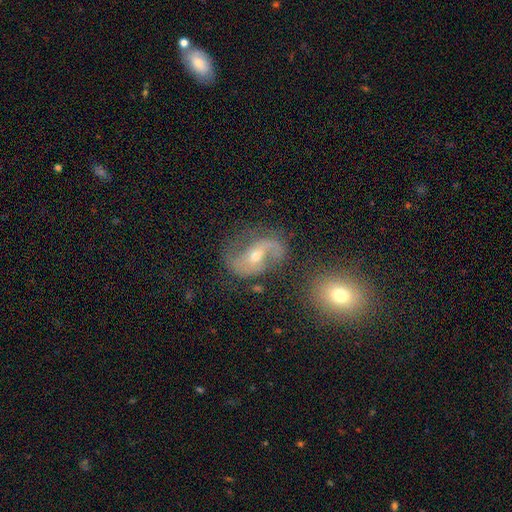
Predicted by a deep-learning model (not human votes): Smooth or featured? Predicted: featured or disk (p=0.83). Edge-on disk? Predicted: no (p=0.97). Bar? Predicted: no (p=0.41). Spiral arms? Predicted: yes (p=0.95). Spiral winding? Predicted: medium (p=0.45). Spiral arm count? Predicted: 2 (p=0.88). Bulge size? Predicted: moderate (p=0.53). Merging? Predicted: none (p=0.69).